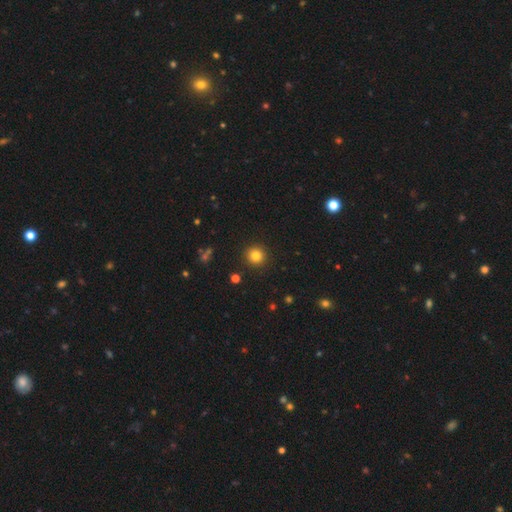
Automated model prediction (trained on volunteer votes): This appears to be a smooth galaxy with no disk features (82%) that is round (94%). Merging: none (92%).